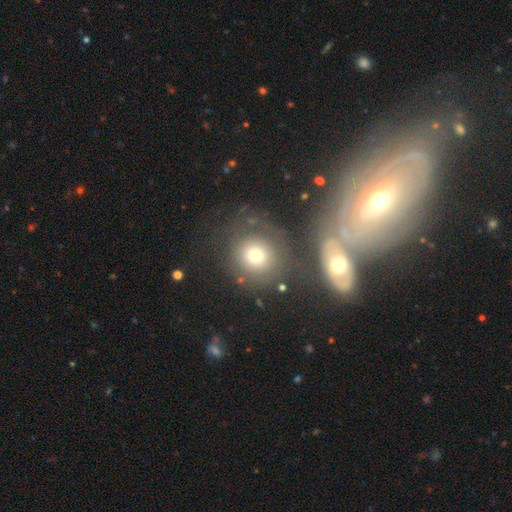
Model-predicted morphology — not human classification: A smooth galaxy with no disk features (67%) that is round (88%).

Vote fractions:
- Smooth or featured? smooth: 67% / featured or disk: 20% / star or artifact: 12%
- How rounded? round: 88% / in between: 10% / cigar-shaped: 1%
- Merging? none: 62% / merger: 18% / minor disturbance: 12% / major disturbance: 9%